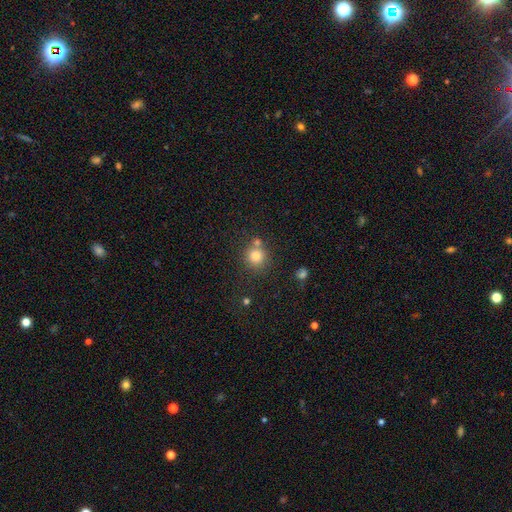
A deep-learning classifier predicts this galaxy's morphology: Smooth or featured: smooth — 80% (star or artifact — 13%)
How rounded: round — 90% (in between — 9%)
Merging: none — 68% (merger — 19%)